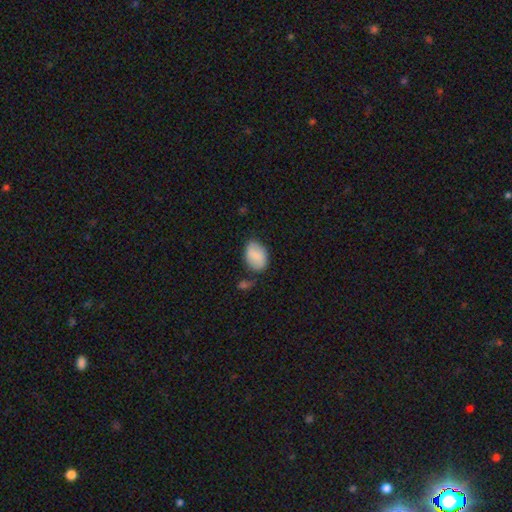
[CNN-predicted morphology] smooth_or_featured: smooth (p=0.79) [alt: featured or disk p=0.14]
how_rounded: in between (p=0.84) [alt: round p=0.15]
merging: none (p=0.66) [alt: minor disturbance p=0.22]